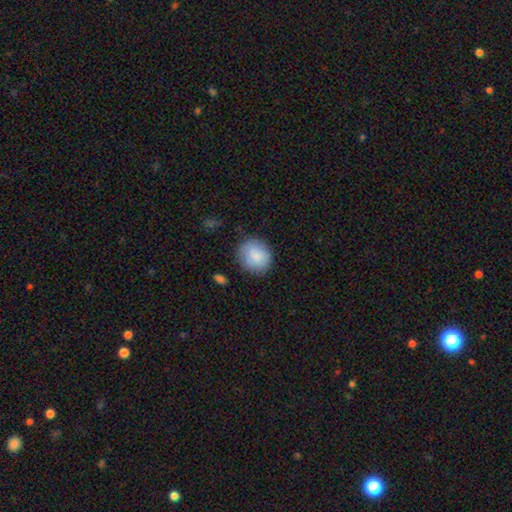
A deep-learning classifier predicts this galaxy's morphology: A smooth galaxy with no disk features (86%) that is round (75%).

Vote fractions:
- Smooth or featured? smooth: 86% / featured or disk: 8% / star or artifact: 7%
- How rounded? round: 75% / in between: 24% / cigar-shaped: 1%
- Merging? none: 79% / minor disturbance: 15% / major disturbance: 4% / merger: 2%